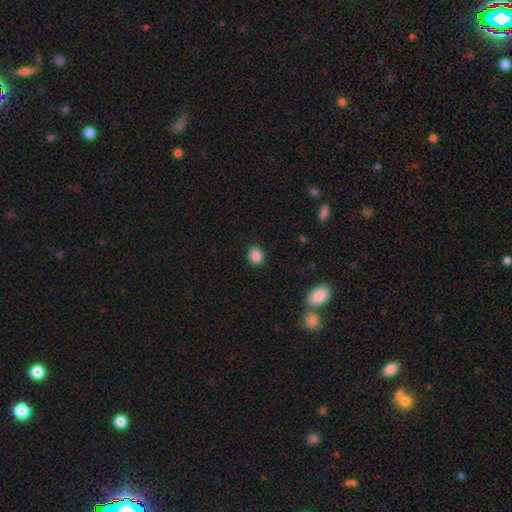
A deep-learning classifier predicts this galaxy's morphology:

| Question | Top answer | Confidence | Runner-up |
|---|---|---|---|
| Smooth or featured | smooth | 86% | star or artifact (10%) |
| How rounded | round | 67% | in between (32%) |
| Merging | none | 88% | minor disturbance (8%) |